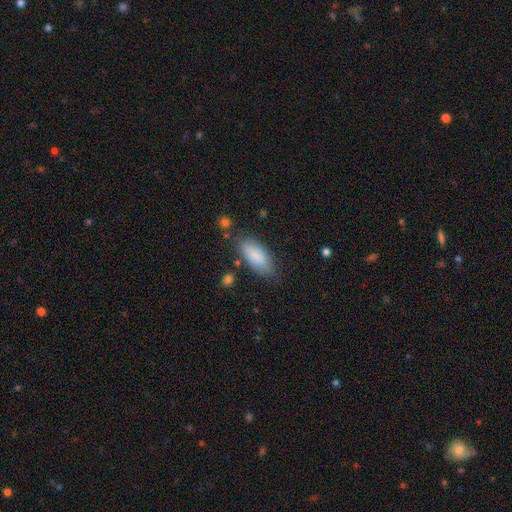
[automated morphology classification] The model was most divided on "merging": none: 77%, minor disturbance: 15%, major disturbance: 4%, merger: 3%. More confident: smooth or featured — smooth (86%); how rounded — in between (85%).